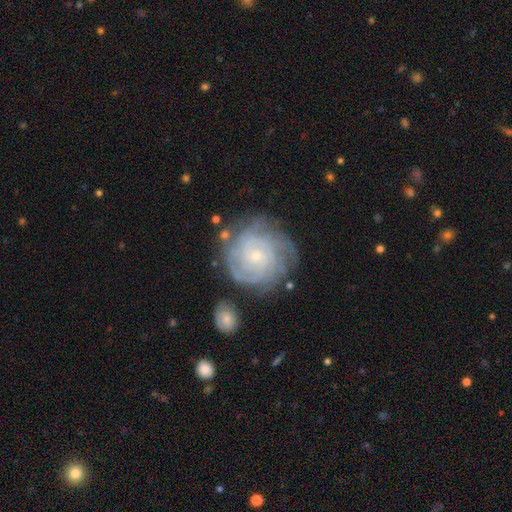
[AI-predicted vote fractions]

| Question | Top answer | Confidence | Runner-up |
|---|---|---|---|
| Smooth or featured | featured or disk | 81% | smooth (12%) |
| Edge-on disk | no | 97% | yes (3%) |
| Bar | no | 76% | weak (21%) |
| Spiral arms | yes | 95% | no (5%) |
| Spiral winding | tight | 77% | medium (19%) |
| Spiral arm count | can't tell | 35% | 4 (23%) |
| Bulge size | small | 78% | moderate (18%) |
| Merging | none | 74% | minor disturbance (16%) |